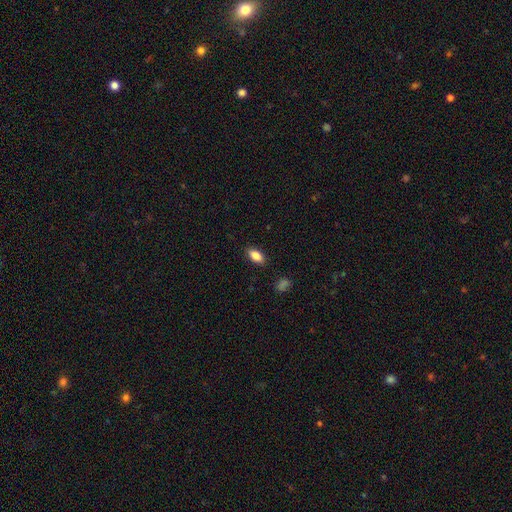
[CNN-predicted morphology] smooth-or-featured: smooth: 86% | star or artifact: 8% | featured or disk: 6%
  how-rounded: in between: 89% | cigar-shaped: 7% | round: 4%
  merging: none: 87% | minor disturbance: 10% | major disturbance: 2% | merger: 1%